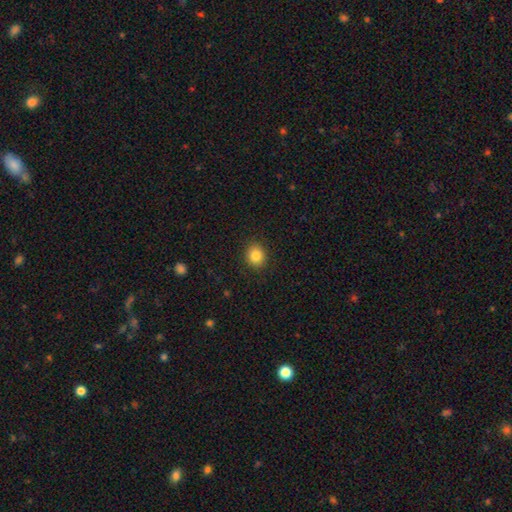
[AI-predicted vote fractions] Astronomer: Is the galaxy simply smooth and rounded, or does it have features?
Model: smooth — 84%.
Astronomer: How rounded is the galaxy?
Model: round — 76%.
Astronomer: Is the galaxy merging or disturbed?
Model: none — 90%.